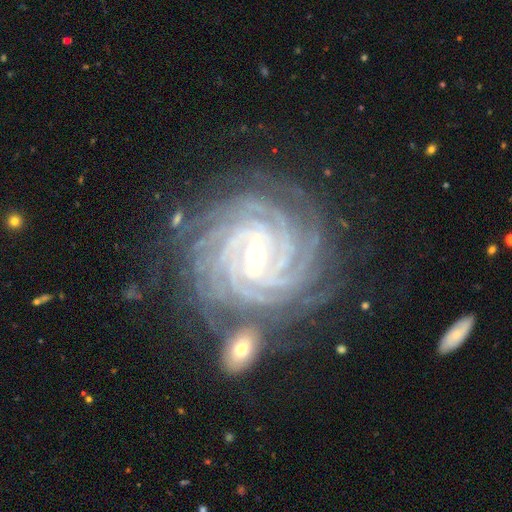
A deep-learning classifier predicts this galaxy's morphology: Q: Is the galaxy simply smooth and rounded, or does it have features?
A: featured or disk — 93%.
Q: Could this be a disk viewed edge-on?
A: no — 98%.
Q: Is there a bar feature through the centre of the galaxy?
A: weak — 43%, tied with strong.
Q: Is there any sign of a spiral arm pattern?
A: yes — 99%.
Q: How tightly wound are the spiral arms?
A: tight — 88%.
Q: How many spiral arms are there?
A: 4 — 34%.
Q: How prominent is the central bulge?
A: small — 56%.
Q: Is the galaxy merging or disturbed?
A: none — 78%.